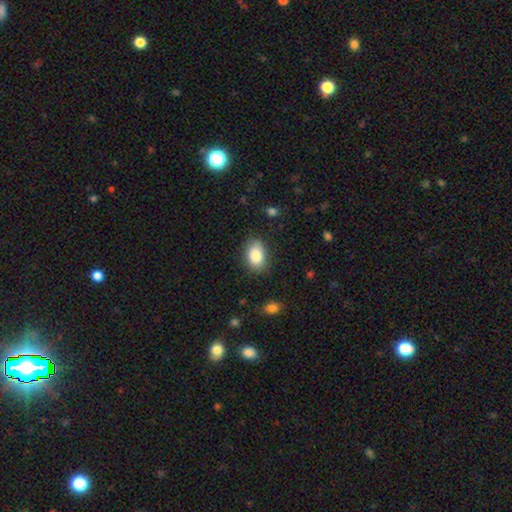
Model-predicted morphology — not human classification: Smooth or featured? Predicted: smooth (p=0.86). How rounded? Predicted: in between (p=0.85). Merging? Predicted: none (p=0.81).